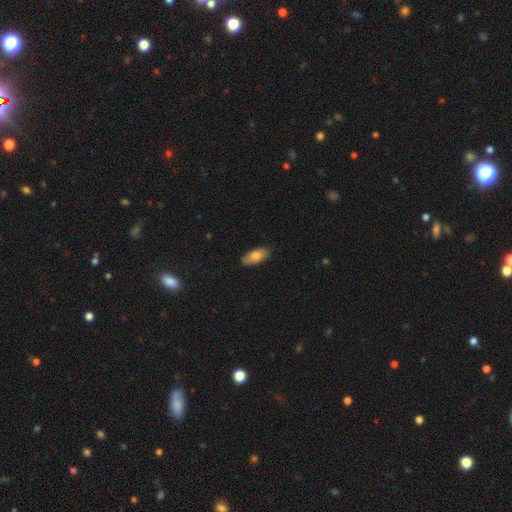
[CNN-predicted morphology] A smooth galaxy with no disk features (80%) that is in between round and cigar-shaped (86%).

Vote fractions:
- Smooth or featured? smooth: 80% / featured or disk: 14% / star or artifact: 6%
- How rounded? in between: 86% / cigar-shaped: 12% / round: 2%
- Merging? none: 86% / minor disturbance: 11% / major disturbance: 2% / merger: 1%